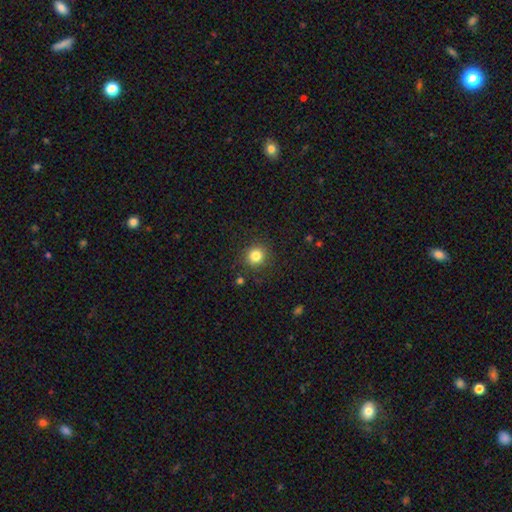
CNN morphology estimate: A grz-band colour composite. It shows a smooth galaxy with no disk features (83%) that is round (91%). Merging: none (87%).